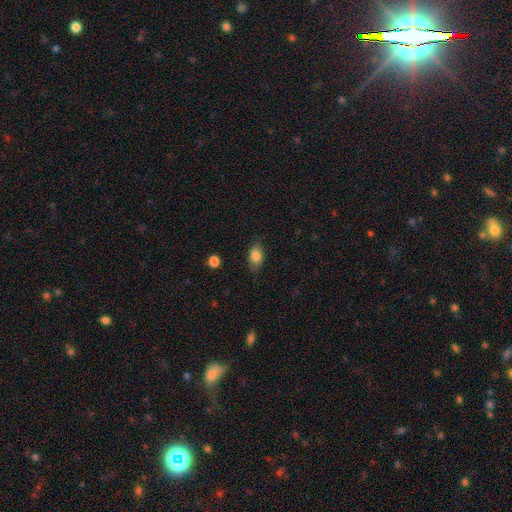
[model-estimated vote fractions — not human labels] The model was most divided on "merging": none: 77%, minor disturbance: 17%, major disturbance: 4%, merger: 1%. More confident: how rounded — in between (86%); smooth or featured — smooth (84%).